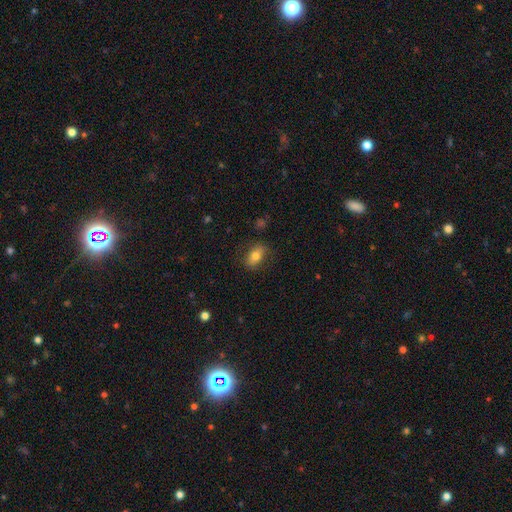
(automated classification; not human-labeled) Q: Smooth or featured?
A: smooth (72%); runner-up: featured or disk (19%)
Q: How rounded?
A: in between (84%); runner-up: round (11%)
Q: Merging?
A: none (80%); runner-up: minor disturbance (14%)